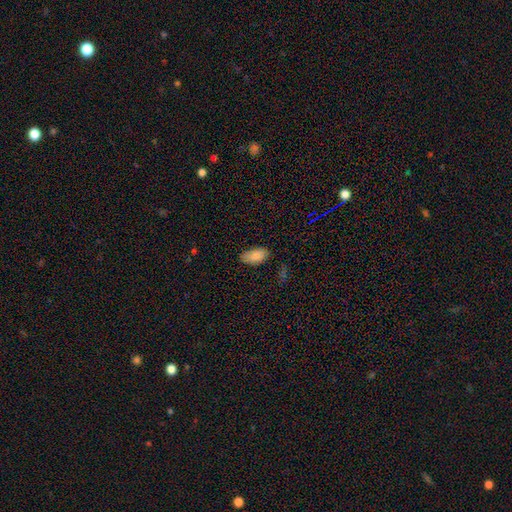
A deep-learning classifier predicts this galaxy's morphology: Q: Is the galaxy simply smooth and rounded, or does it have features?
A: smooth — 87%.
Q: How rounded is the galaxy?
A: in between — 94%.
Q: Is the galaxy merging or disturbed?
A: none — 79%.